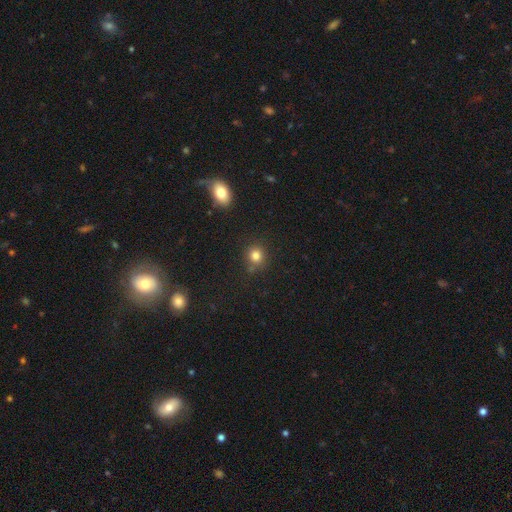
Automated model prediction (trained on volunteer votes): Q: Smooth or featured?
A: smooth (81%); runner-up: star or artifact (13%)
Q: How rounded?
A: round (86%); runner-up: in between (13%)
Q: Merging?
A: none (79%); runner-up: minor disturbance (11%)